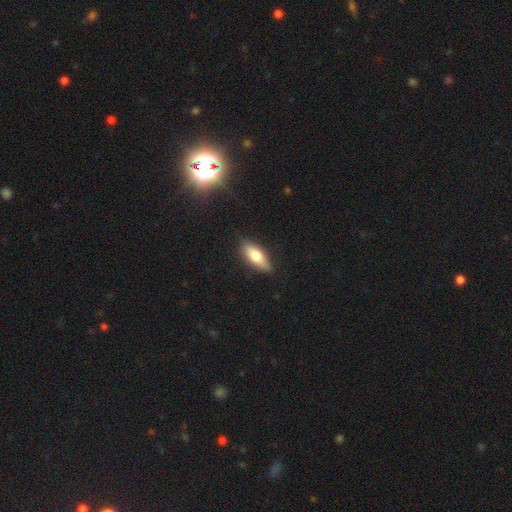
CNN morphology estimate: A smooth galaxy with no disk features (68%) that is in between round and cigar-shaped (66%).

Vote fractions:
- Smooth or featured? smooth: 68% / featured or disk: 25% / star or artifact: 6%
- How rounded? in between: 66% / cigar-shaped: 31% / round: 3%
- Merging? none: 85% / minor disturbance: 11% / major disturbance: 2% / merger: 1%